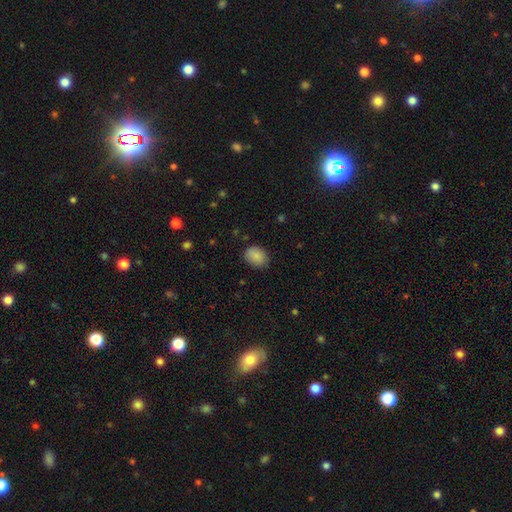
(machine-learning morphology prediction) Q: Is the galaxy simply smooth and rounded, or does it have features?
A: smooth — 88%.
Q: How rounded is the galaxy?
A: in between — 62%.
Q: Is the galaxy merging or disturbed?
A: none — 84%.